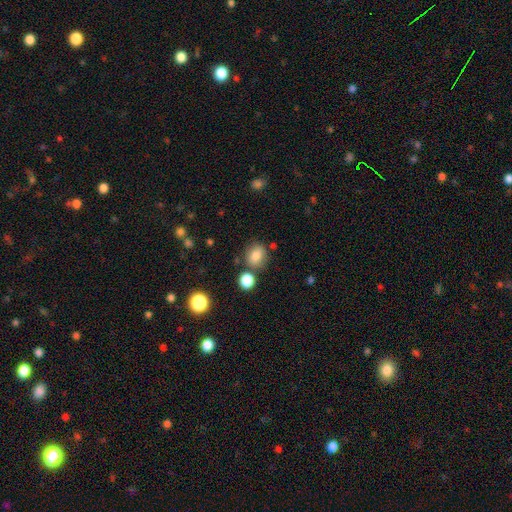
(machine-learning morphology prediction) The model was most divided on "how rounded": round: 60%, in between: 39%, cigar-shaped: 1%. More confident: smooth or featured — smooth (81%); merging — none (73%).